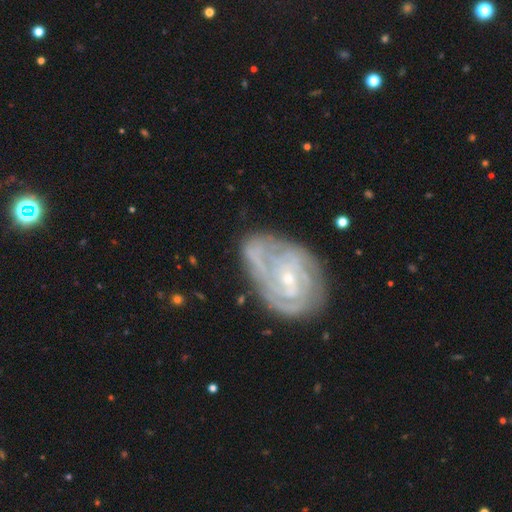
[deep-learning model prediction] Overall: featured or disk (81%). Edge-on disk: no (97%). Bar: no (64%; weak 28%). Spiral arms: yes (92%). Spiral arm count: can't tell (32%; 3 22%). Spiral winding: tight (70%). Bulge size: small (74%). Merging: none (64%).